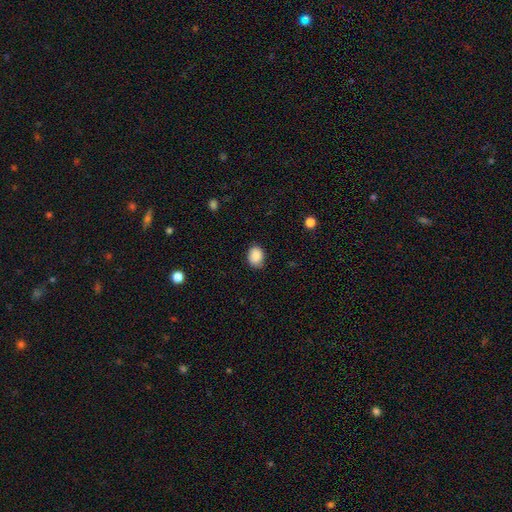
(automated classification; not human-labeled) A smooth galaxy with no disk features (89%) that is in between round and cigar-shaped (58%).

Vote fractions:
- Smooth or featured? smooth: 89% / star or artifact: 8% / featured or disk: 3%
- How rounded? in between: 58% / round: 41% / cigar-shaped: 1%
- Merging? none: 80% / minor disturbance: 16% / major disturbance: 3% / merger: 1%